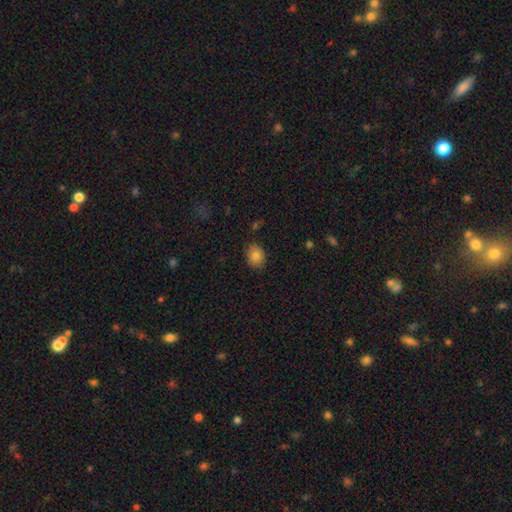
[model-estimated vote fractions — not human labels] smooth_or_featured: smooth (p=0.83) [alt: star or artifact p=0.09]
how_rounded: in between (p=0.57) [alt: round p=0.42]
merging: none (p=0.83) [alt: minor disturbance p=0.13]